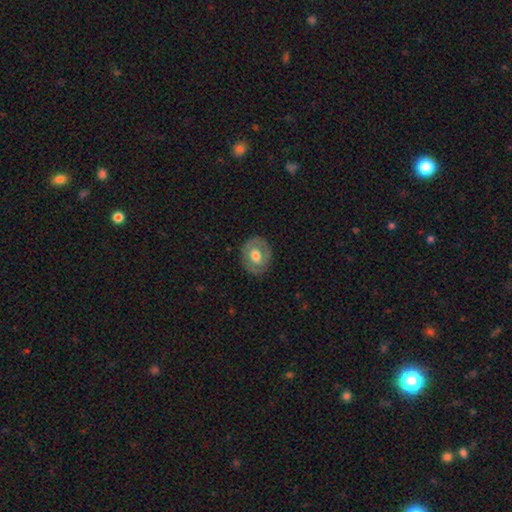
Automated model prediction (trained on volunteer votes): Smooth or featured? Predicted: smooth (p=0.49). Merging? Predicted: none (p=0.80).